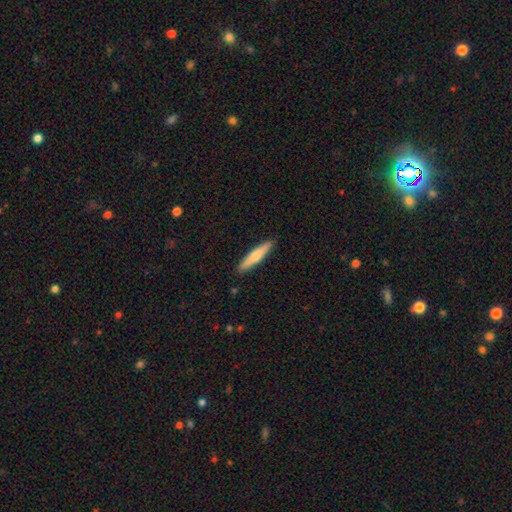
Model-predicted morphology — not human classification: type=smooth (60%); roundness=cigar-shaped (88%); merging=none (90%).